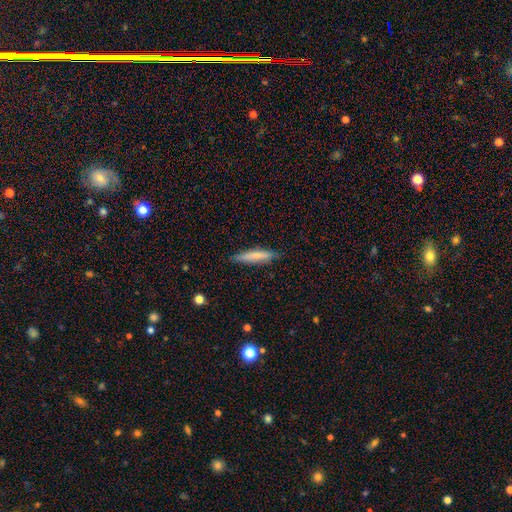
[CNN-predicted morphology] This is likely a smooth galaxy (70%). How rounded: clearly cigar-shaped (86%). Merging: clearly none (84%).